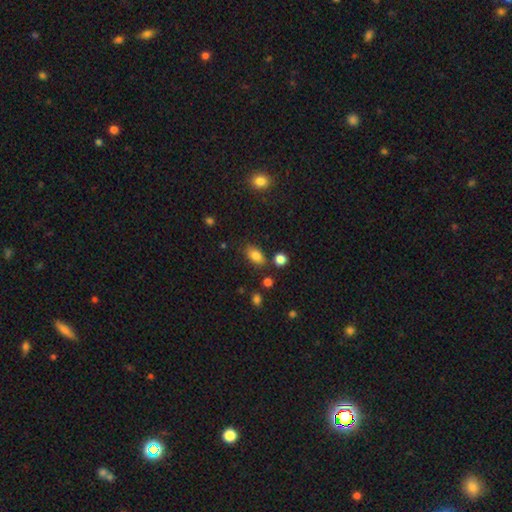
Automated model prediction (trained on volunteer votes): A smooth galaxy with no disk features (84%) that is in between round and cigar-shaped (87%).

Vote fractions:
- Smooth or featured? smooth: 84% / star or artifact: 10% / featured or disk: 6%
- How rounded? in between: 87% / round: 8% / cigar-shaped: 4%
- Merging? none: 78% / minor disturbance: 13% / merger: 6% / major disturbance: 4%